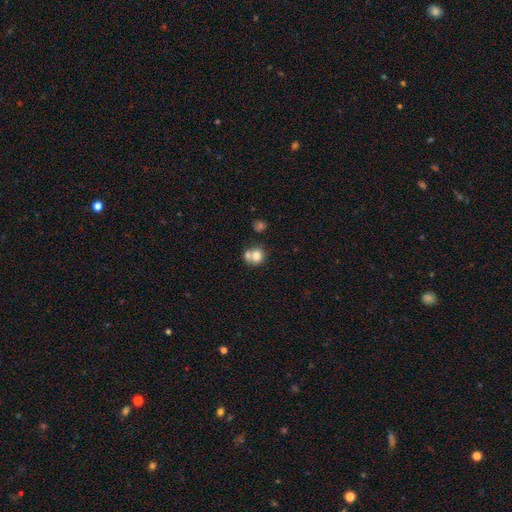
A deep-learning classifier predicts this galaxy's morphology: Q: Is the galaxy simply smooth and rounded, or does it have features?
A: smooth — 77%.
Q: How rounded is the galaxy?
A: round — 73%.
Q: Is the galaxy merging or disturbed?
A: merger — 48%.